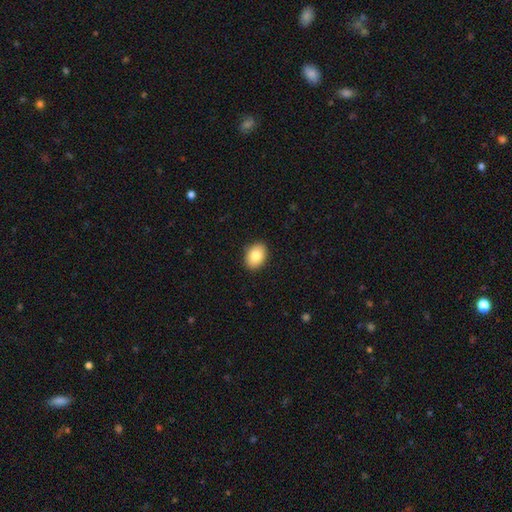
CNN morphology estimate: This appears to be a smooth galaxy with no disk features (84%) that is in between round and cigar-shaped (75%). Merging: none (90%).